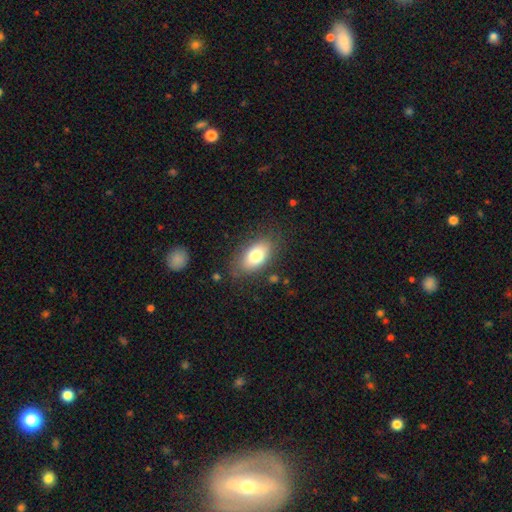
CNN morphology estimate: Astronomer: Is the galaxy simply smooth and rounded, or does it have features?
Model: smooth — 76%.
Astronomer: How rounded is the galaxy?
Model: in between — 91%.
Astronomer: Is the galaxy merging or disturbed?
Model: none — 79%.